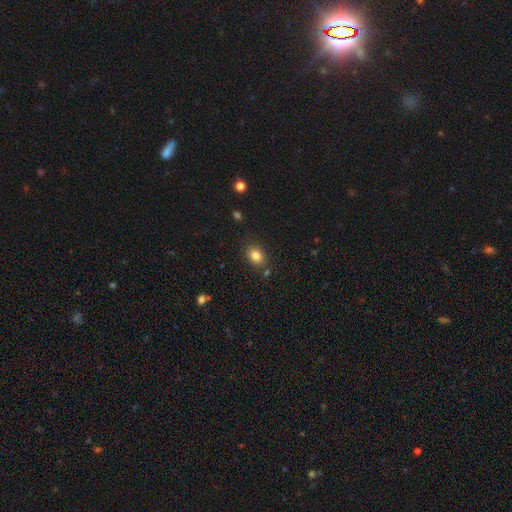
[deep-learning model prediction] Q: Smooth or featured?
A: smooth (83%); runner-up: star or artifact (10%)
Q: How rounded?
A: in between (72%); runner-up: round (27%)
Q: Merging?
A: none (80%); runner-up: minor disturbance (12%)